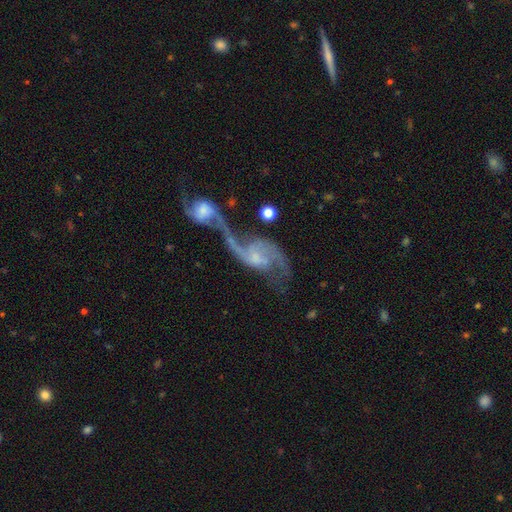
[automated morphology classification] This appears to be a featured or disk galaxy (82%) with no bar (54%), 2 (84%) loose (69%) spiral arms (91%) and a small central bulge (42%). Merging: merger (67%).